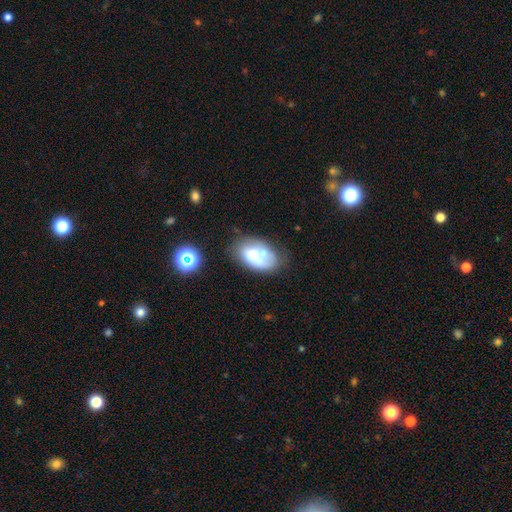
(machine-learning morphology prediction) smooth-or-featured: smooth: 60% | featured or disk: 30% | star or artifact: 10%
  how-rounded: in between: 89% | round: 9% | cigar-shaped: 1%
  merging: none: 43% | minor disturbance: 27% | merger: 17% | major disturbance: 13%